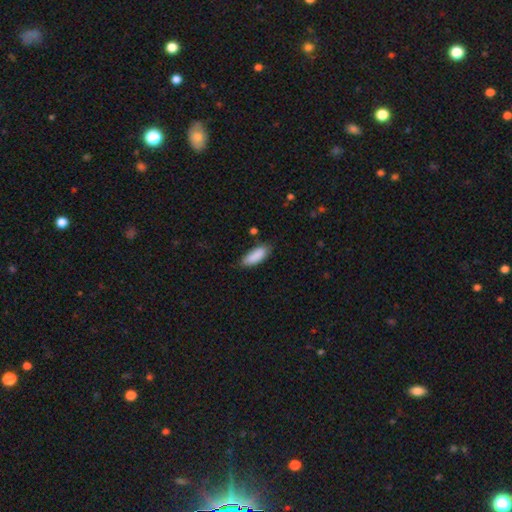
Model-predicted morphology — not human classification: Overall: smooth (88%). How rounded: in between (71%). Merging: none (74%).